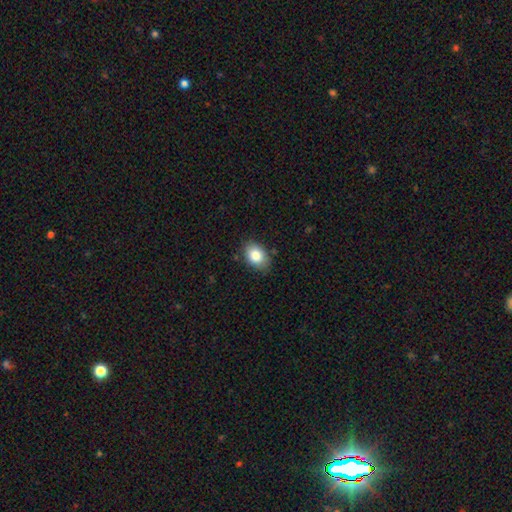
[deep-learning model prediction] This appears to be a smooth galaxy with no disk features (84%) that is in between round and cigar-shaped (79%). Merging: none (83%).